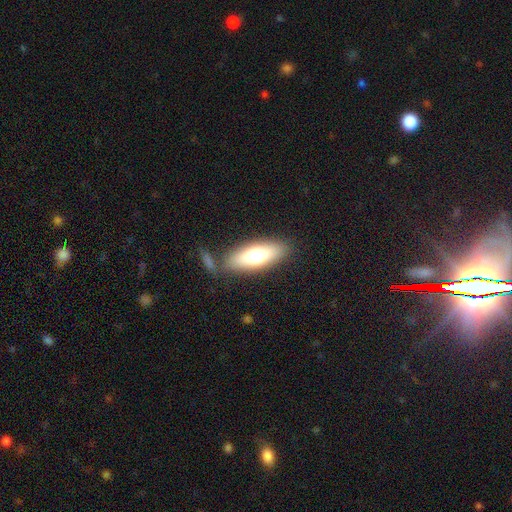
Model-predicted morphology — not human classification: A smooth galaxy with no disk features (68%) that is in between round and cigar-shaped (67%).

Vote fractions:
- Smooth or featured? smooth: 68% / featured or disk: 25% / star or artifact: 7%
- How rounded? in between: 67% / cigar-shaped: 31% / round: 3%
- Merging? none: 76% / minor disturbance: 12% / merger: 8% / major disturbance: 4%